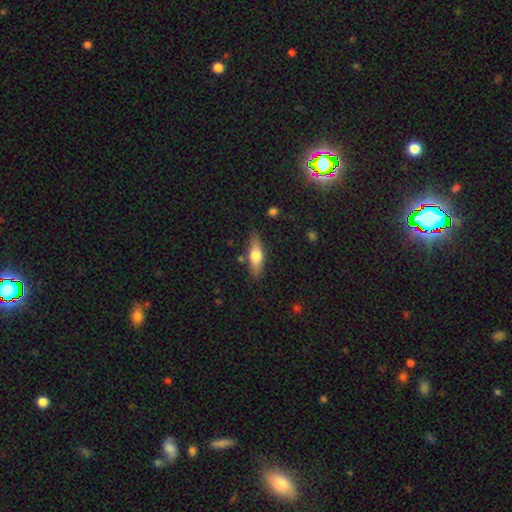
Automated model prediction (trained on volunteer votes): Morphology: type=smooth (58%); roundness=in between (49%); merging=none (83%).